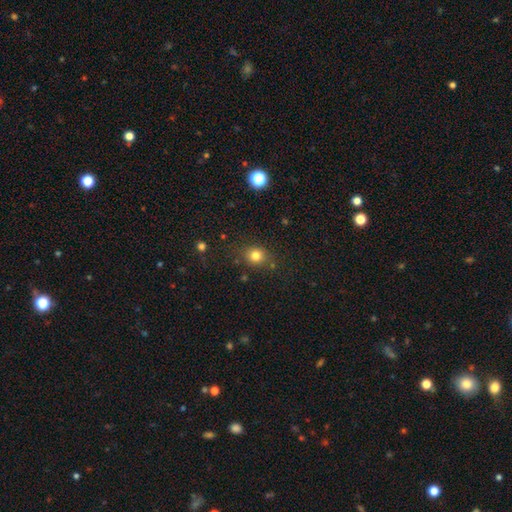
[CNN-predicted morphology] Smooth or featured: smooth — 79% (star or artifact — 14%)
How rounded: round — 74% (in between — 25%)
Merging: none — 81% (minor disturbance — 12%)